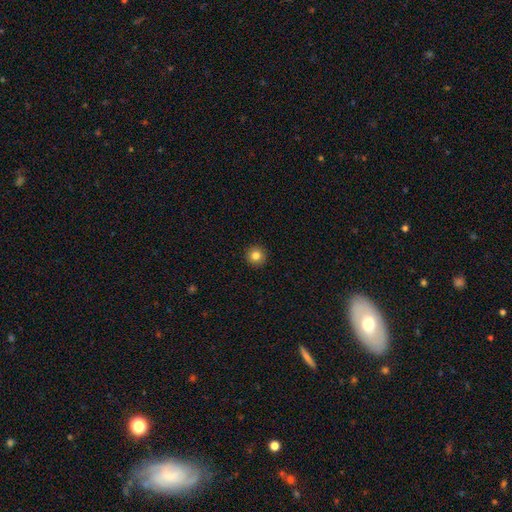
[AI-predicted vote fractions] A smooth galaxy with no disk features (84%) that is round (96%).

Vote fractions:
- Smooth or featured? smooth: 84% / star or artifact: 10% / featured or disk: 6%
- How rounded? round: 96% / in between: 4% / cigar-shaped: 1%
- Merging? none: 93% / minor disturbance: 4% / major disturbance: 1% / merger: 1%